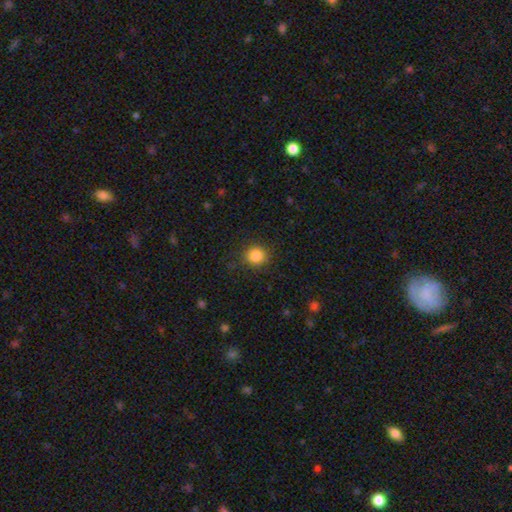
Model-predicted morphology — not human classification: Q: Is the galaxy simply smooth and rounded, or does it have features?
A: smooth — 84%.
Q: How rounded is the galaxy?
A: round — 91%.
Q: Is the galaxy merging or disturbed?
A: none — 87%.